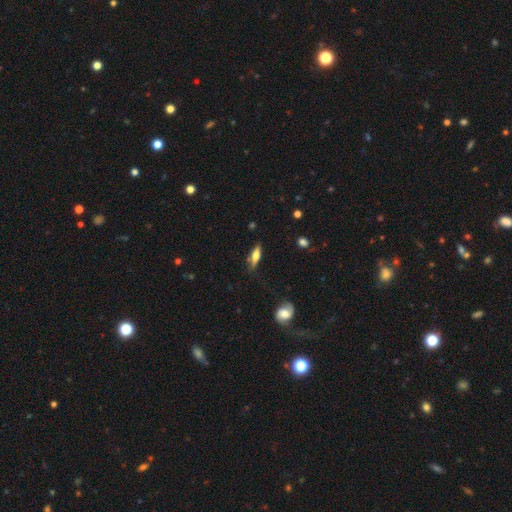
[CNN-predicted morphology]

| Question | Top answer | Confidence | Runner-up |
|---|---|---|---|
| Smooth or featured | smooth | 52% | featured or disk (41%) |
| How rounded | cigar-shaped | 58% | in between (39%) |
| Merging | none | 76% | minor disturbance (17%) |